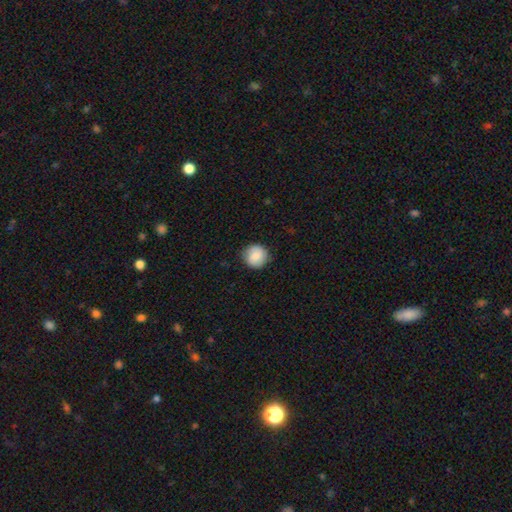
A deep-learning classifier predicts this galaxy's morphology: Smooth or featured? Predicted: smooth (p=0.83). How rounded? Predicted: round (p=0.93). Merging? Predicted: none (p=0.87).